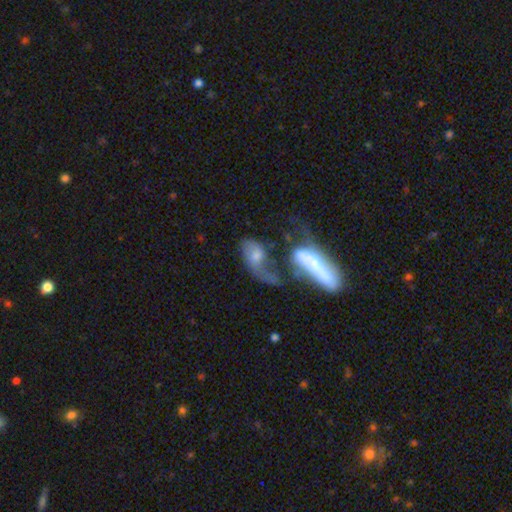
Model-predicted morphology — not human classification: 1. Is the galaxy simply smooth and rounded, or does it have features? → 48% featured or disk, 43% smooth, 9% star or artifact.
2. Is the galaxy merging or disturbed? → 45% merger, 29% major disturbance, 15% none, 11% minor disturbance.